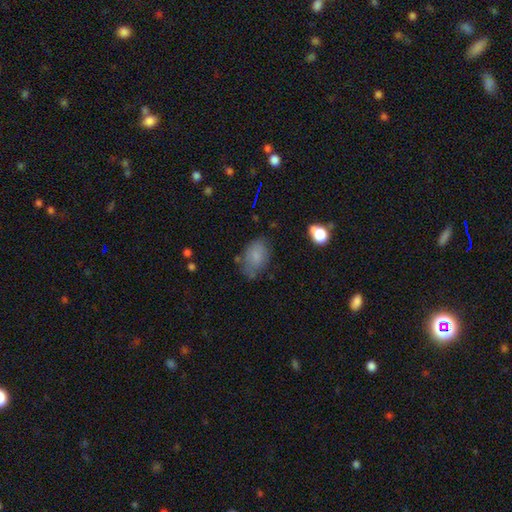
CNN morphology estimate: A smooth galaxy with no disk features (73%) that is in between round and cigar-shaped (89%). Merging: none (65%).